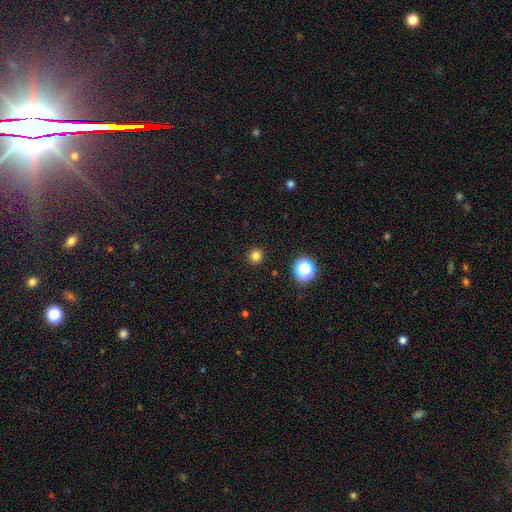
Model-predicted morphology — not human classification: Smooth or featured?
  - smooth: 80% *
  - star or artifact: 16%
  - featured or disk: 4%
How rounded?
  - round: 94% *
  - in between: 5%
  - cigar-shaped: 1%
Merging?
  - none: 92% *
  - minor disturbance: 5%
  - major disturbance: 2%
  - merger: 1%